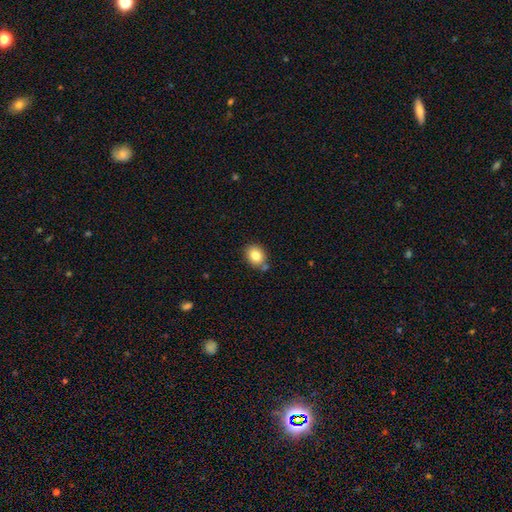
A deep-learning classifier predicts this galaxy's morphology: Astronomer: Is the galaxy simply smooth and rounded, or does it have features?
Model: smooth — 83%.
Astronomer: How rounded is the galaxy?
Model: round — 53% (runner-up: in between, 46%).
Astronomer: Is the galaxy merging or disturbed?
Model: none — 73%.